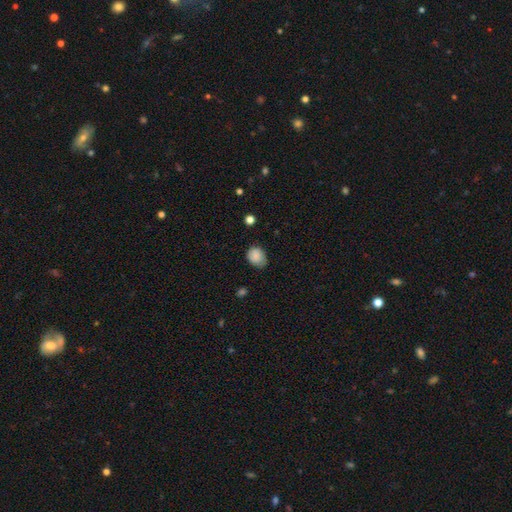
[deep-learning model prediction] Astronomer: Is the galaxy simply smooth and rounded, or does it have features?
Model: smooth — 86%.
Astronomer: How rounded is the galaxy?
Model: in between — 53% (runner-up: round, 46%).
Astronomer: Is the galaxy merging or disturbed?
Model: none — 62%.